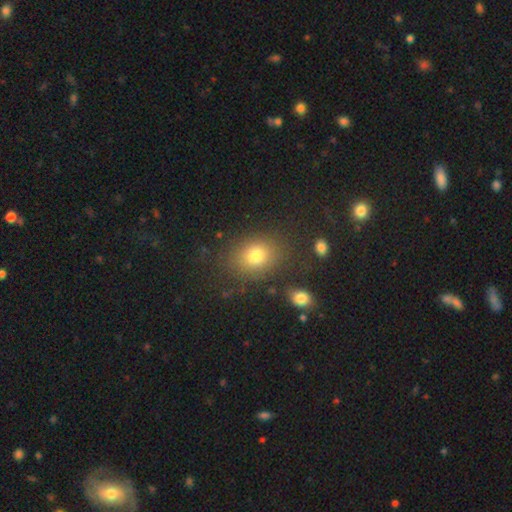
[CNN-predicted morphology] A smooth galaxy with no disk features (77%) that is round (50%). Merging: none (80%).